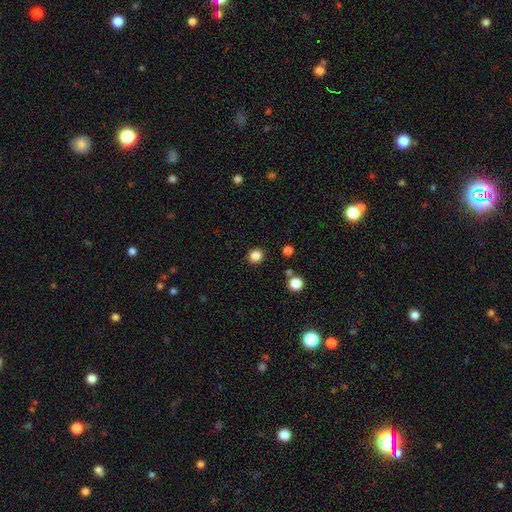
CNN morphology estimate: The model was most divided on "how rounded": round: 83%, in between: 16%, cigar-shaped: 1%. More confident: merging — none (89%); smooth or featured — smooth (85%).